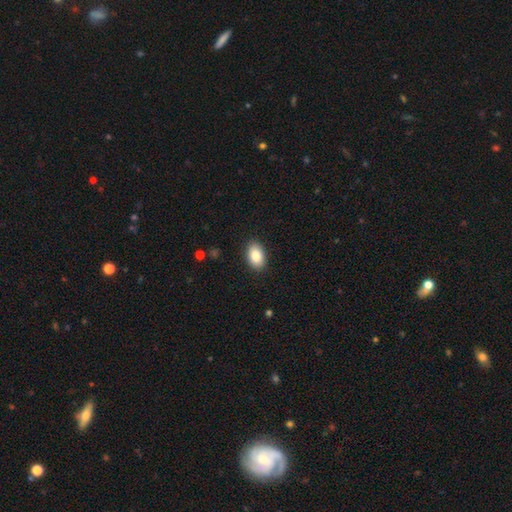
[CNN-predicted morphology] The model was most divided on "smooth or featured": smooth: 86%, star or artifact: 7%, featured or disk: 7%. More confident: how rounded — in between (90%); merging — none (89%).